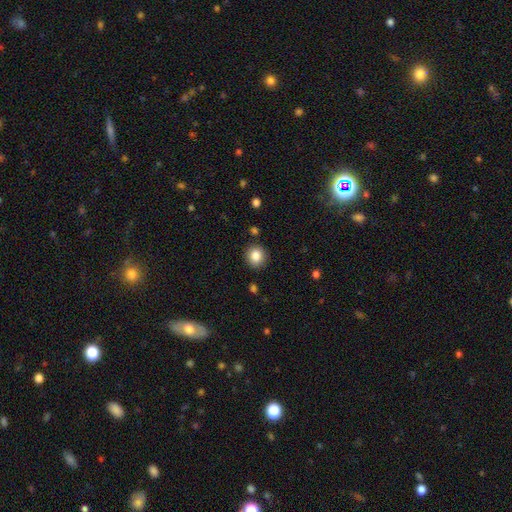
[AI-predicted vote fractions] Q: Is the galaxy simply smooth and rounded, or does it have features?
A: smooth — 85%.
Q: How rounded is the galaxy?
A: round — 86%.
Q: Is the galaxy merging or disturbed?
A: none — 88%.